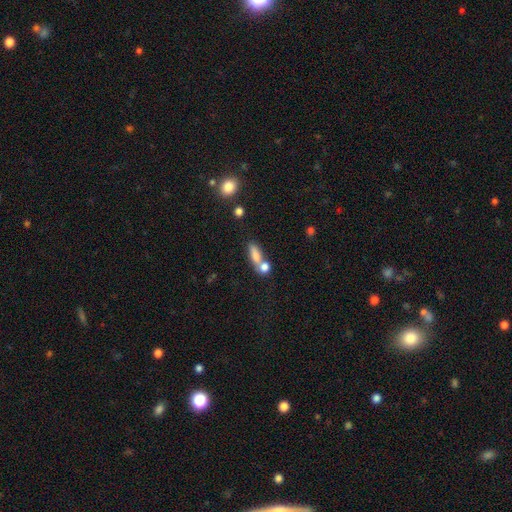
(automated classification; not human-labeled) The model was most divided on "merging": merger: 48%, none: 36%, minor disturbance: 10%, major disturbance: 6%. More confident: smooth or featured — smooth (75%); how rounded — in between (60%).